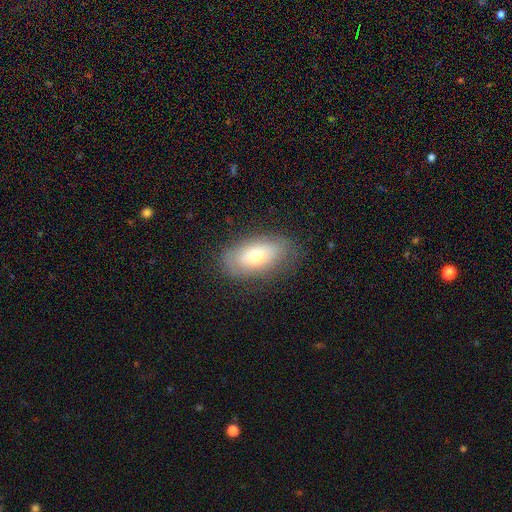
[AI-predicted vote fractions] smooth_or_featured: smooth (p=0.64) [alt: featured or disk p=0.28]
how_rounded: in between (p=0.91) [alt: round p=0.06]
merging: none (p=0.78) [alt: minor disturbance p=0.16]